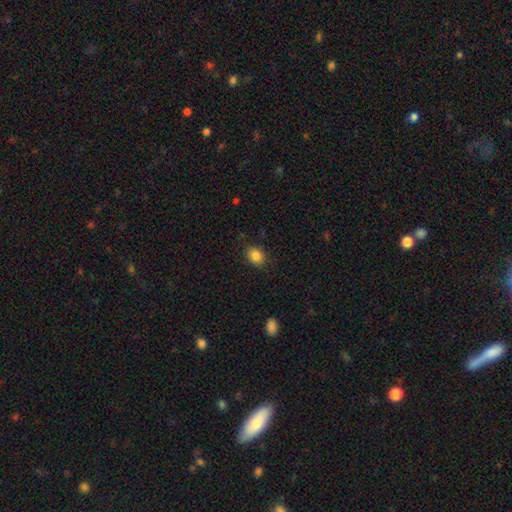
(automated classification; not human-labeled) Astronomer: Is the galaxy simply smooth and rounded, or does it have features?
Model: smooth — 86%.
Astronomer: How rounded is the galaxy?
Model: in between — 53% (runner-up: round, 46%).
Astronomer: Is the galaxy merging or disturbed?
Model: none — 85%.